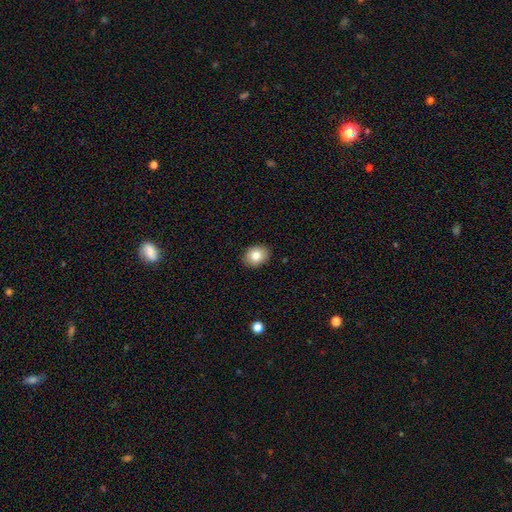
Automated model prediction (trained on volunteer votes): The model was most divided on "how rounded": in between: 55%, round: 45%, cigar-shaped: 1%. More confident: merging — none (89%); smooth or featured — smooth (82%).